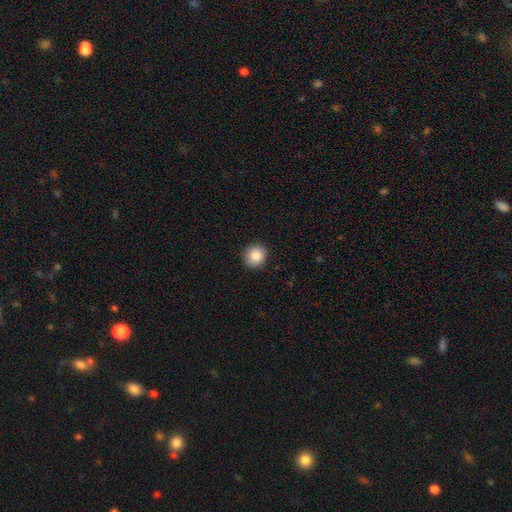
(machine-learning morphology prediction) Smooth or featured? Predicted: smooth (p=0.87). How rounded? Predicted: round (p=0.90). Merging? Predicted: none (p=0.90).